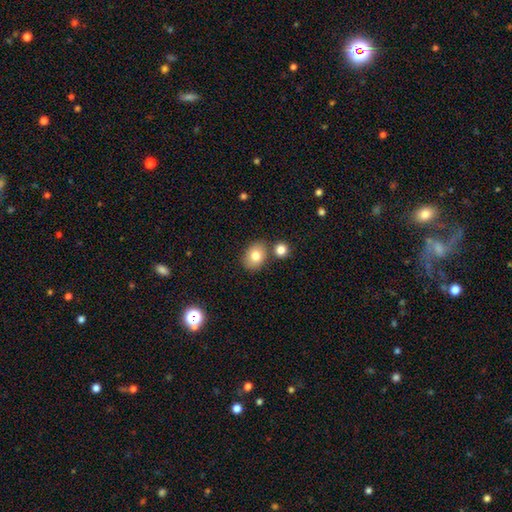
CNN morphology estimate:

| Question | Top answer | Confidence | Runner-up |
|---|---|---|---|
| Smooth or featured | smooth | 80% | featured or disk (11%) |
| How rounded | in between | 56% | round (43%) |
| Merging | none | 70% | merger (16%) |